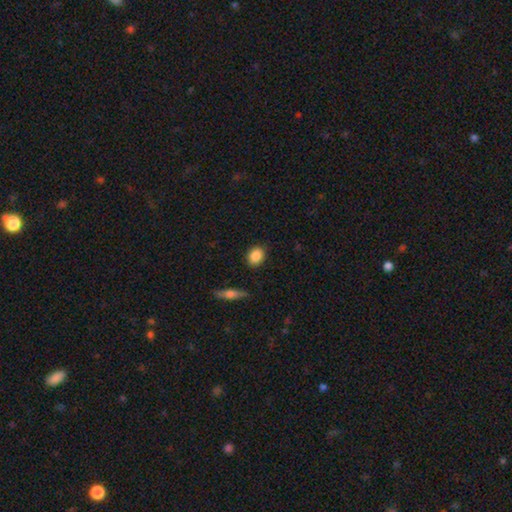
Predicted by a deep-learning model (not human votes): A smooth galaxy with no disk features (88%) that is in between round and cigar-shaped (55%).

Vote fractions:
- Smooth or featured? smooth: 88% / star or artifact: 7% / featured or disk: 5%
- How rounded? in between: 55% / round: 43% / cigar-shaped: 2%
- Merging? none: 86% / minor disturbance: 10% / major disturbance: 2% / merger: 2%